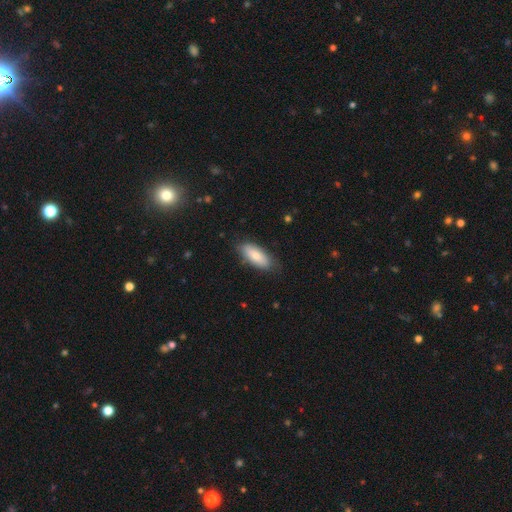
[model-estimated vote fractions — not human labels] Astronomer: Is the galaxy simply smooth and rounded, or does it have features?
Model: smooth — 80%.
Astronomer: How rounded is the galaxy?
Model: in between — 82%.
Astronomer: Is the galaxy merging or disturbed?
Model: none — 77%.